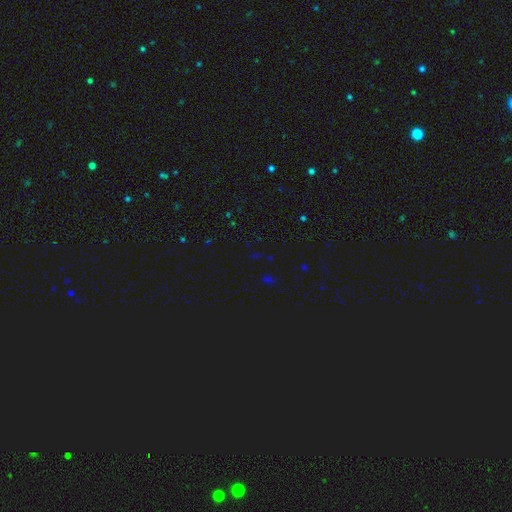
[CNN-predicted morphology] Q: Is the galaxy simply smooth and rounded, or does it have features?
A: star or artifact — 70%.